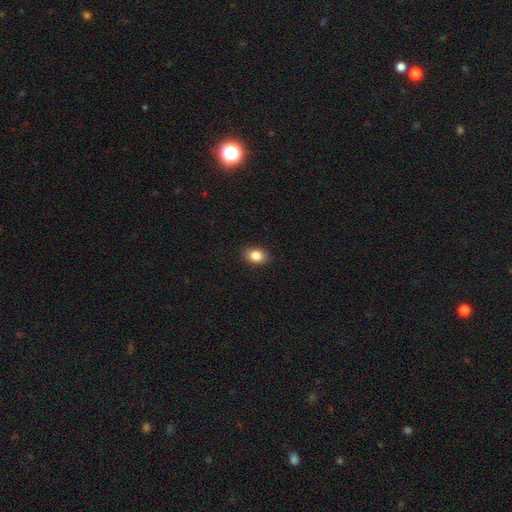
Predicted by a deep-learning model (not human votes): The model was most divided on "how rounded": in between: 78%, round: 21%, cigar-shaped: 1%. More confident: merging — none (89%); smooth or featured — smooth (84%).